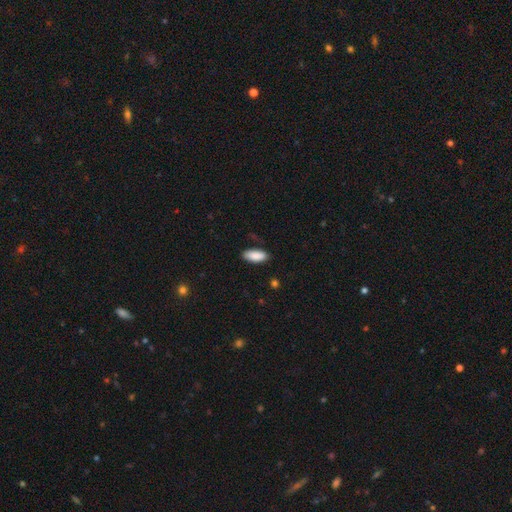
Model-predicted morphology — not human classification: Smooth or featured? smooth (90%)
How rounded? in between (85%)
Merging? none (84%)